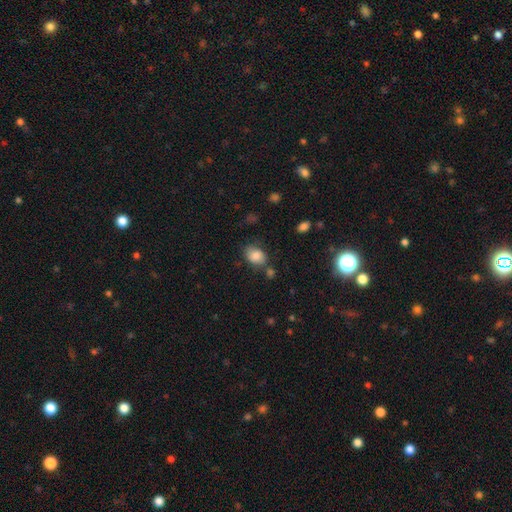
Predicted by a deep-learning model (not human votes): Smooth or featured? smooth (80%)
How rounded? in between (72%)
Merging? none (63%)